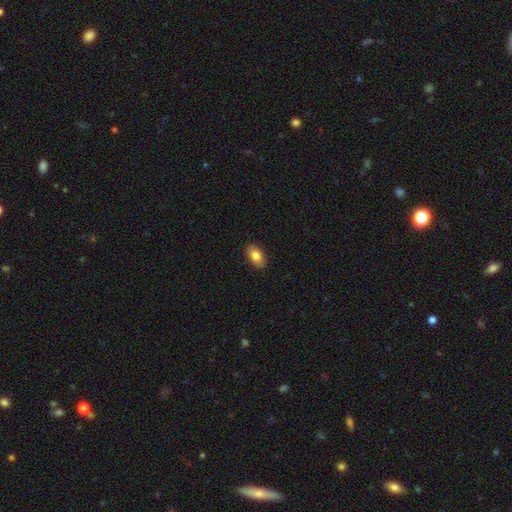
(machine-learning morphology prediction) Smooth or featured?
  - smooth: 84% *
  - featured or disk: 9%
  - star or artifact: 7%
How rounded?
  - in between: 91% *
  - round: 6%
  - cigar-shaped: 2%
Merging?
  - none: 89% *
  - minor disturbance: 9%
  - major disturbance: 2%
  - merger: 1%